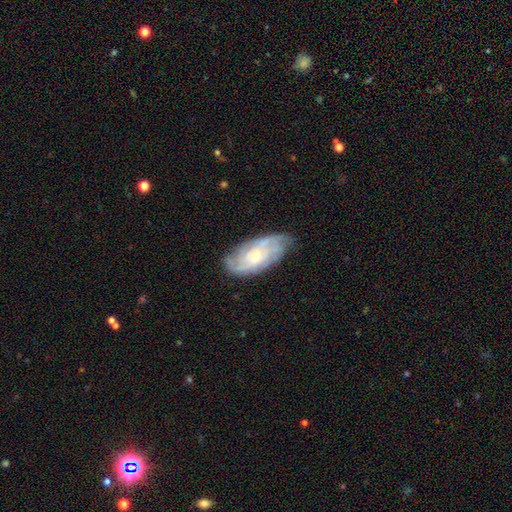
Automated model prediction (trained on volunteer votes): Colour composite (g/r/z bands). It shows a featured or disk galaxy (73%) with no bar (68%), tight (58%) spiral arms (92%) and a small central bulge (57%). Merging: none (73%).